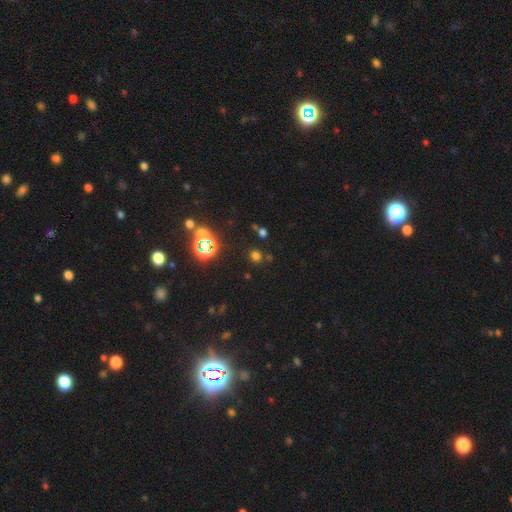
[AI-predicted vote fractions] smooth-or-featured: smooth: 57% | star or artifact: 37% | featured or disk: 6%
  how-rounded: round: 82% | in between: 17% | cigar-shaped: 1%
  merging: none: 81% | minor disturbance: 9% | merger: 7% | major disturbance: 3%